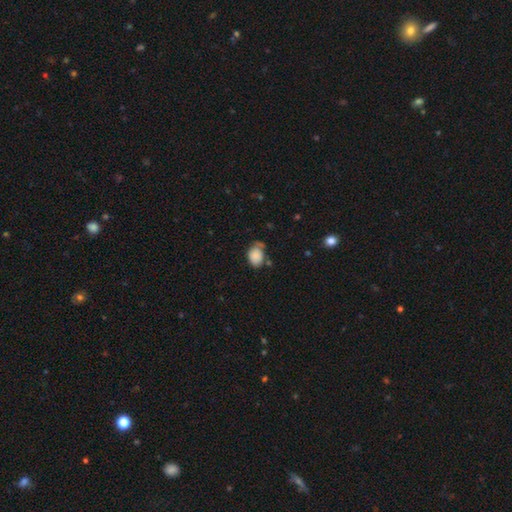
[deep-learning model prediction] Smooth or featured: smooth — 82% (featured or disk — 10%)
How rounded: in between — 69% (round — 30%)
Merging: none — 53% (minor disturbance — 29%)